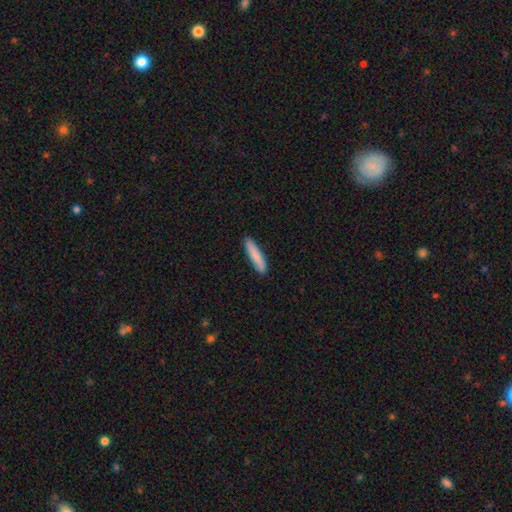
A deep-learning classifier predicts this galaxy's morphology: A smooth galaxy with no disk features (86%) that is cigar-shaped (89%).

Vote fractions:
- Smooth or featured? smooth: 86% / featured or disk: 9% / star or artifact: 6%
- How rounded? cigar-shaped: 89% / in between: 9% / round: 1%
- Merging? none: 91% / minor disturbance: 7% / major disturbance: 1% / merger: 1%